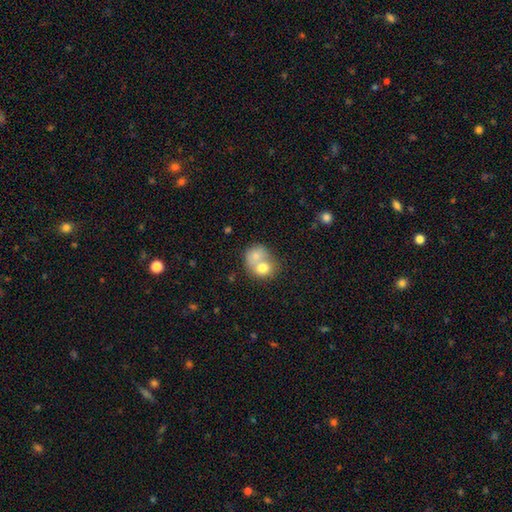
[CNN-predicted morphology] The model was most divided on "how rounded": round: 63%, in between: 36%, cigar-shaped: 1%. More confident: smooth or featured — smooth (71%); merging — merger (70%).